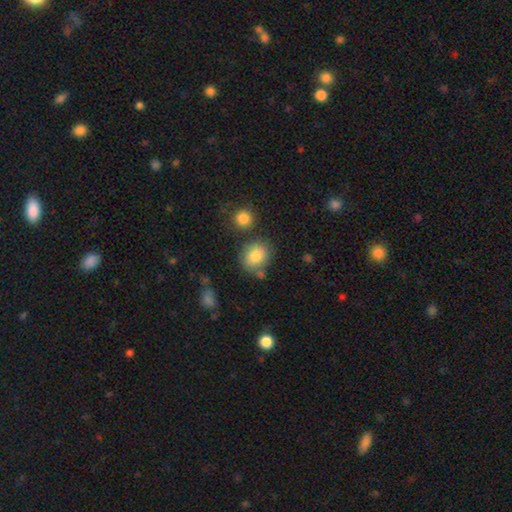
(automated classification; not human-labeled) A smooth galaxy with no disk features (82%) that is round (76%). Merging: none (70%).